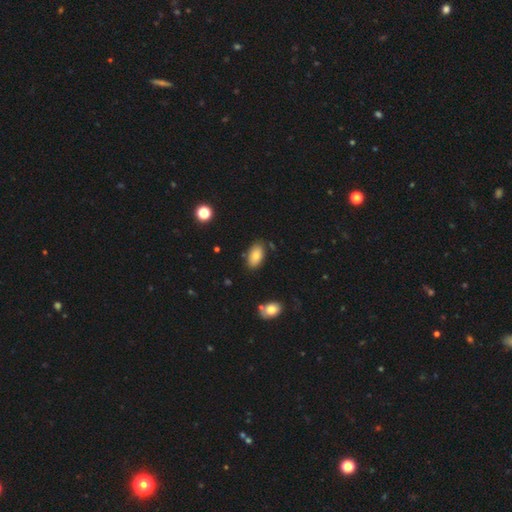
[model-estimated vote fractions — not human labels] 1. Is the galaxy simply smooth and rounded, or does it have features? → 82% smooth, 10% featured or disk, 8% star or artifact.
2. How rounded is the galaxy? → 93% in between, 4% round, 2% cigar-shaped.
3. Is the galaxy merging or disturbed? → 80% none, 14% minor disturbance, 3% merger, 3% major disturbance.